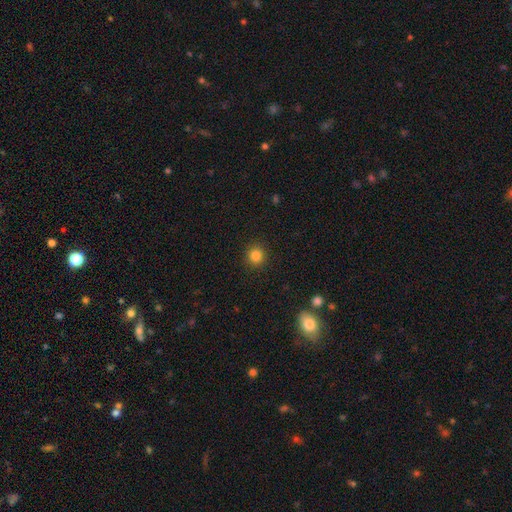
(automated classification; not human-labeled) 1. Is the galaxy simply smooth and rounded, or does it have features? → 84% smooth, 12% star or artifact, 4% featured or disk.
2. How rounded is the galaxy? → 93% round, 6% in between, 1% cigar-shaped.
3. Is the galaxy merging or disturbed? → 92% none, 5% minor disturbance, 2% major disturbance, 1% merger.